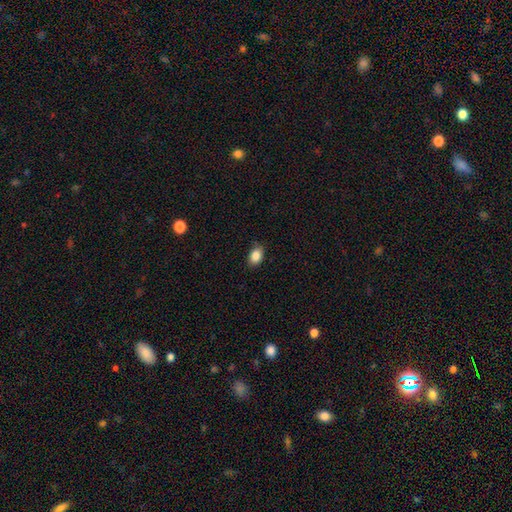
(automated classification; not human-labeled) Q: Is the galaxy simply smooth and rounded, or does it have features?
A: smooth — 87%.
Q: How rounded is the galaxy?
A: in between — 82%.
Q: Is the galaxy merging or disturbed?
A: none — 82%.